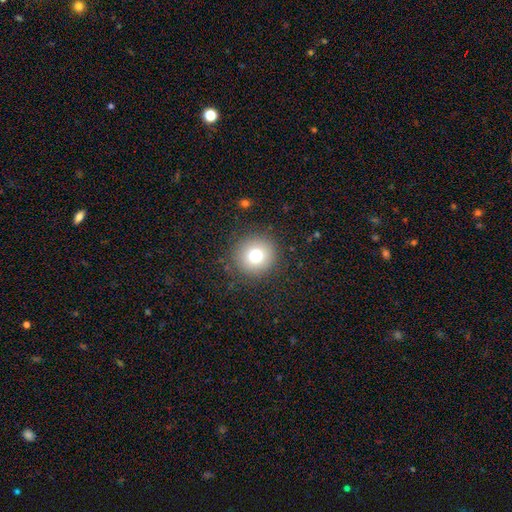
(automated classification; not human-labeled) This is likely a smooth galaxy (75%). How rounded: clearly round (94%). Merging: clearly none (88%).